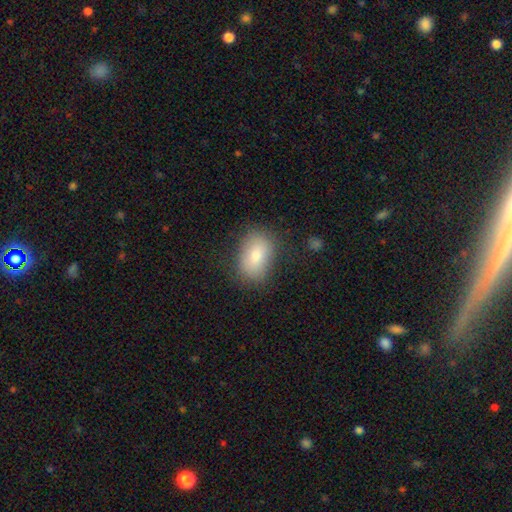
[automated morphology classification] This is likely a smooth galaxy (78%). How rounded: clearly in between (83%). Merging: likely none (79%).